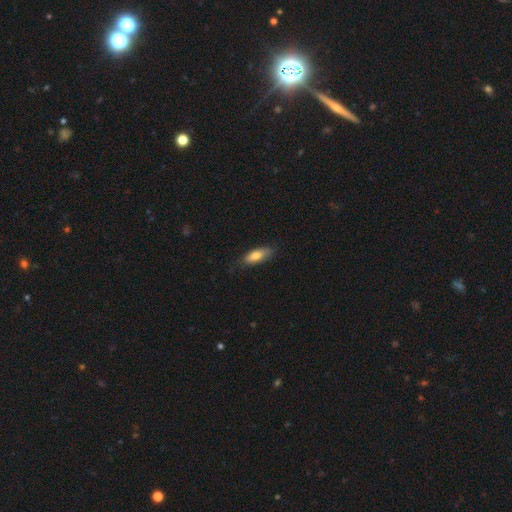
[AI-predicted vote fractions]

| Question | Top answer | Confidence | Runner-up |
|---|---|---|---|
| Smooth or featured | smooth | 77% | featured or disk (17%) |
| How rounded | in between | 70% | cigar-shaped (28%) |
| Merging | none | 78% | minor disturbance (18%) |